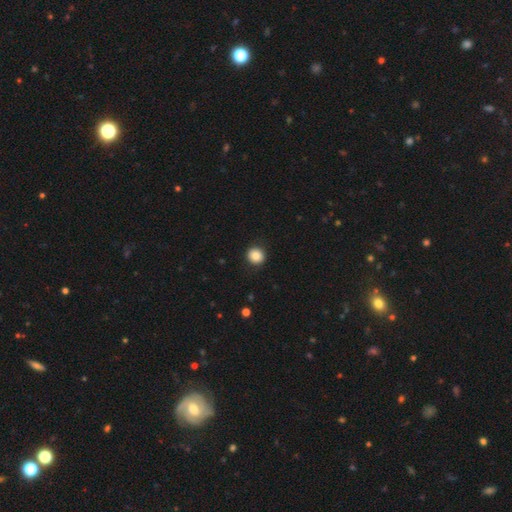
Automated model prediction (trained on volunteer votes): smooth-or-featured: smooth: 85% | star or artifact: 9% | featured or disk: 5%
  how-rounded: round: 91% | in between: 9% | cigar-shaped: 1%
  merging: none: 90% | minor disturbance: 7% | major disturbance: 2% | merger: 1%